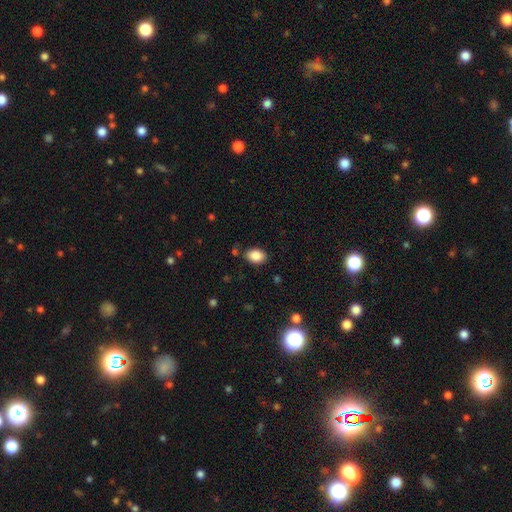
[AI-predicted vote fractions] smooth_or_featured: smooth (p=0.88) [alt: star or artifact p=0.08]
how_rounded: in between (p=0.80) [alt: round p=0.19]
merging: none (p=0.83) [alt: minor disturbance p=0.12]